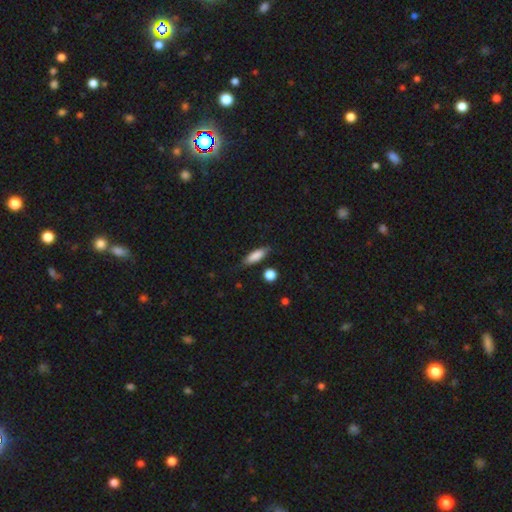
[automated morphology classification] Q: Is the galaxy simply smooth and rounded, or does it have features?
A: smooth — 83%.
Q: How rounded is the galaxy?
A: in between — 53%.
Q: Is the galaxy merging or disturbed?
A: none — 79%.